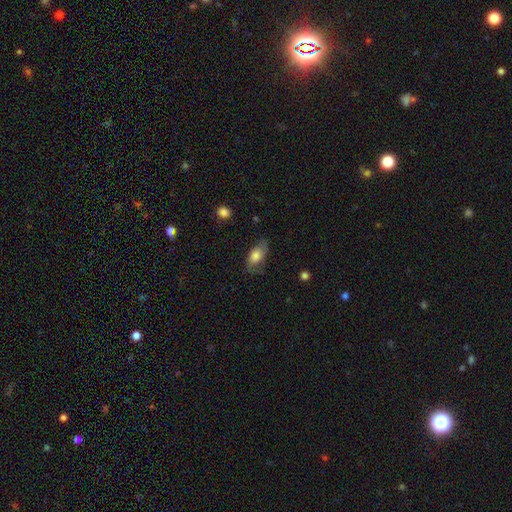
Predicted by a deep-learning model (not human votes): Smooth or featured? smooth (64%)
How rounded? in between (88%)
Merging? none (63%)